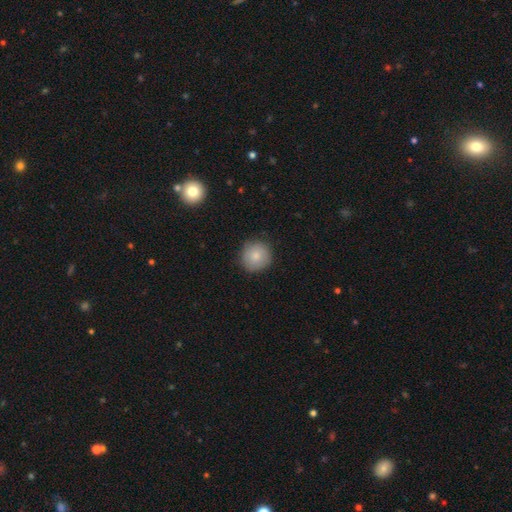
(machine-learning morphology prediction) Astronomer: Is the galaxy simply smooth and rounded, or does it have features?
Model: smooth — 82%.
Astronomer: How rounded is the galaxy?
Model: round — 93%.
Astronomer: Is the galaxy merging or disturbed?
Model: none — 86%.